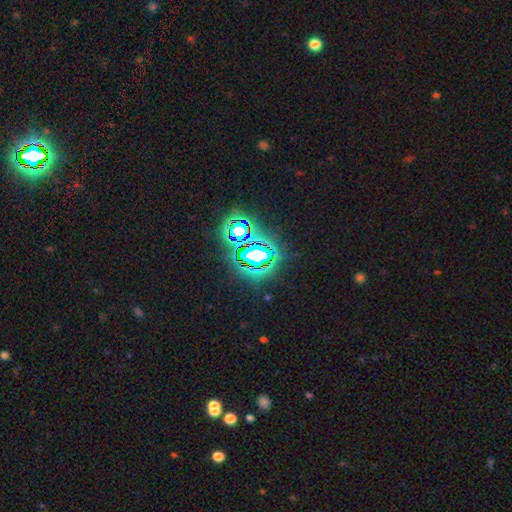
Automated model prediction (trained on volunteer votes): Smooth or featured: star or artifact — 76% (smooth — 13%)